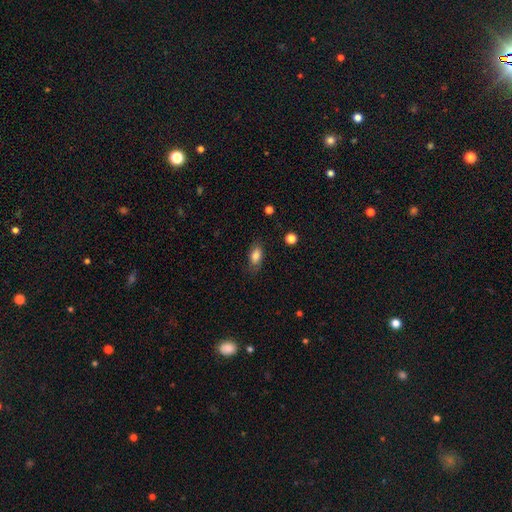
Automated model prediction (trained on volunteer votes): Smooth or featured: smooth — 82% (featured or disk — 10%)
How rounded: in between — 88% (round — 7%)
Merging: none — 79% (minor disturbance — 16%)